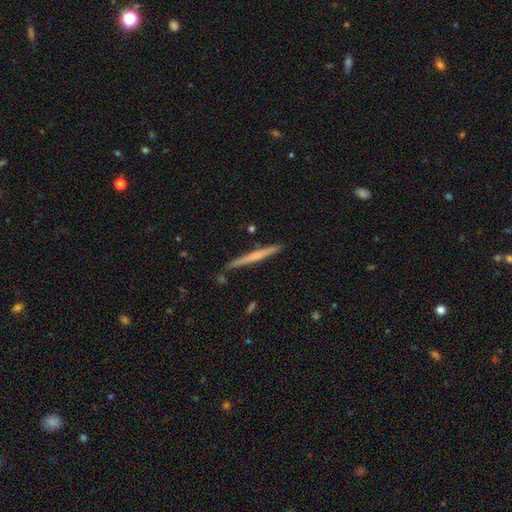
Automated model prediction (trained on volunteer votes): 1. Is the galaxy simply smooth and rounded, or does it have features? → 49% featured or disk, 45% smooth, 5% star or artifact.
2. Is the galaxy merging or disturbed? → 88% none, 8% minor disturbance, 2% merger, 2% major disturbance.